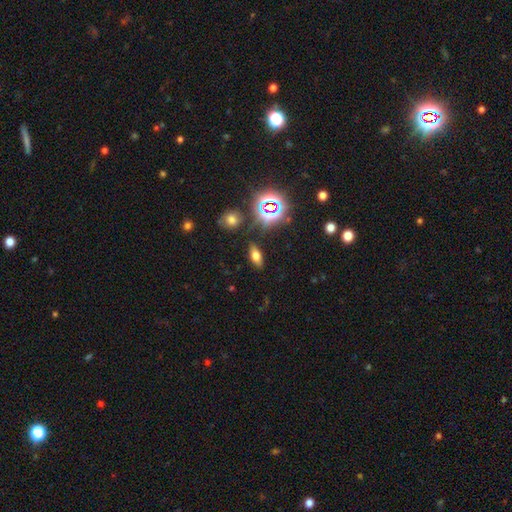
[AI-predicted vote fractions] Smooth or featured? Predicted: smooth (p=0.61). How rounded? Predicted: in between (p=0.77). Merging? Predicted: none (p=0.85).